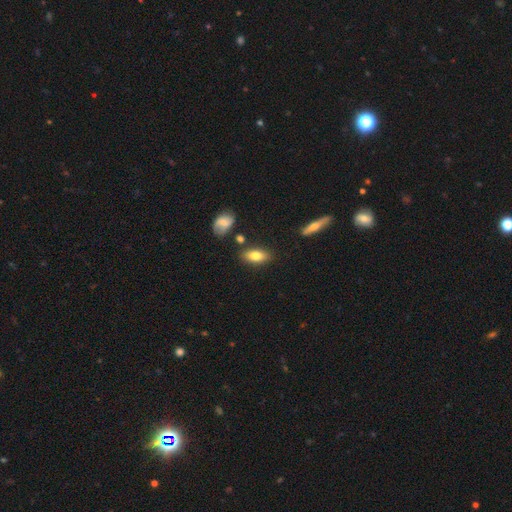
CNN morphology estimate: type=smooth (77%); roundness=in between (85%); merging=none (81%).